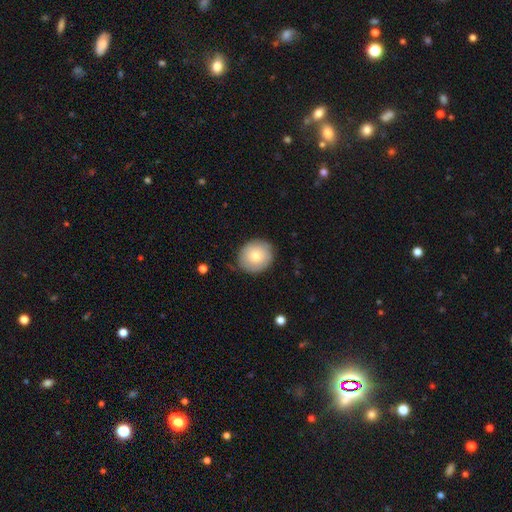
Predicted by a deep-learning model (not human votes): The model was most divided on "smooth or featured": smooth: 74%, featured or disk: 19%, star or artifact: 7%. More confident: merging — none (81%); how rounded — round (80%).